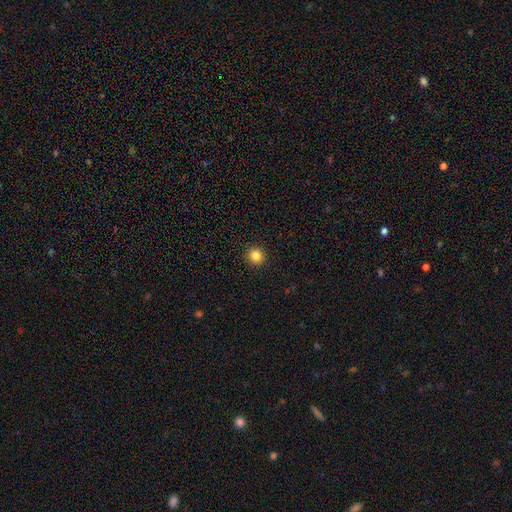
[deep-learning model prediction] This is clearly a smooth galaxy (85%). How rounded: clearly round (93%). Merging: clearly none (93%).